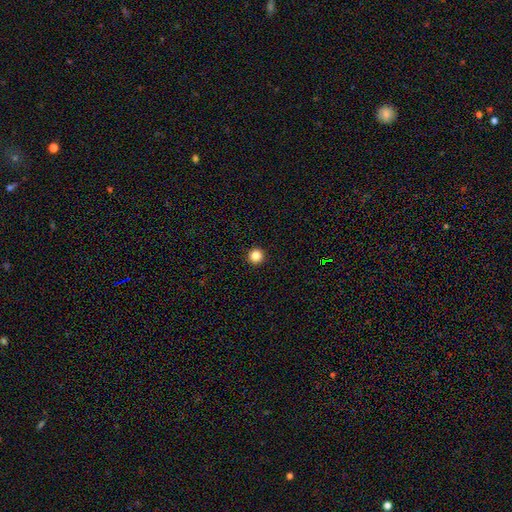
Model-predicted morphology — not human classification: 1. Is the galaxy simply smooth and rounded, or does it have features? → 85% smooth, 11% star or artifact, 4% featured or disk.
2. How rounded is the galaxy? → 96% round, 3% in between, 1% cigar-shaped.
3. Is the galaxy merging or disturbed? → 94% none, 4% minor disturbance, 1% major disturbance, 1% merger.